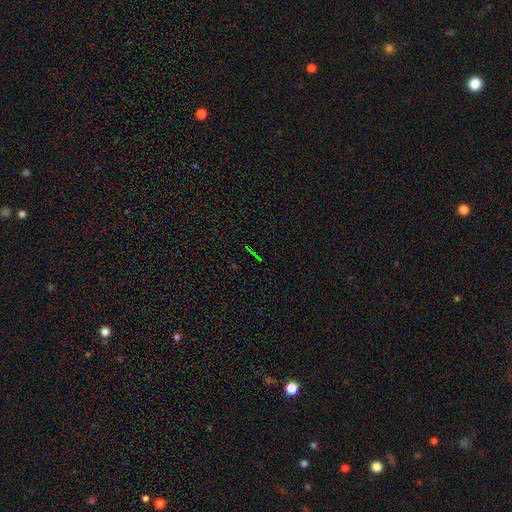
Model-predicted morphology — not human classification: type=star or artifact (75%).